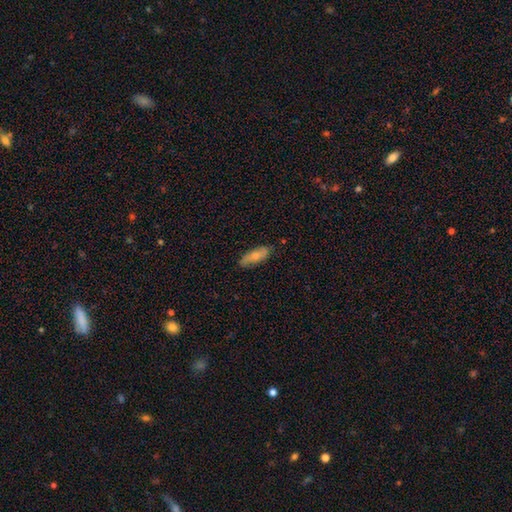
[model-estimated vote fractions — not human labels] The model was most divided on "how rounded": in between: 69%, cigar-shaped: 28%, round: 3%. More confident: merging — none (82%); smooth or featured — smooth (68%).